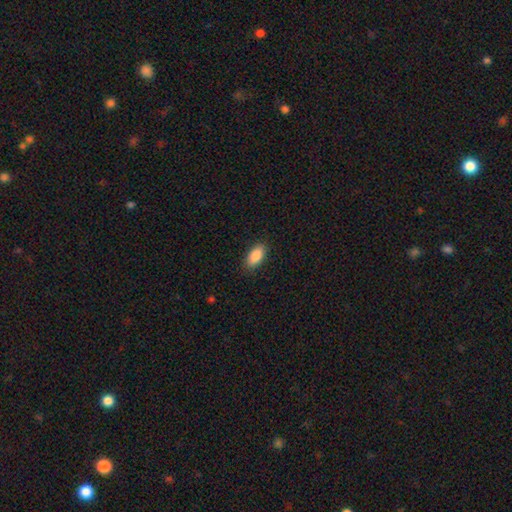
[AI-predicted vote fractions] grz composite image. It shows a smooth galaxy with no disk features (89%) that is in between round and cigar-shaped (91%). Merging: none (88%).